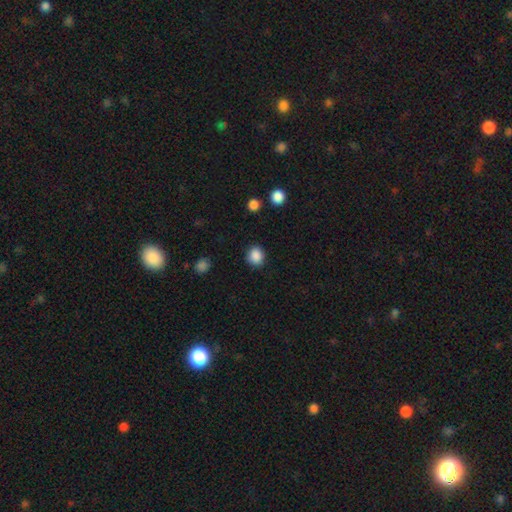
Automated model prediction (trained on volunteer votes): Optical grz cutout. It shows a smooth galaxy with no disk features (87%) that is round (75%). Merging: none (87%).